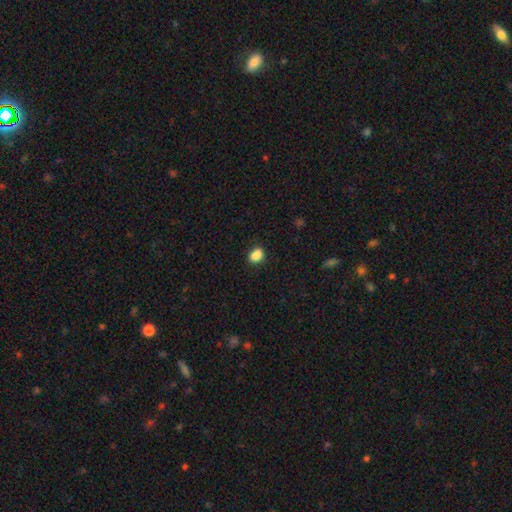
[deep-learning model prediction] A smooth galaxy with no disk features (87%) that is in between round and cigar-shaped (67%). Merging: none (83%).